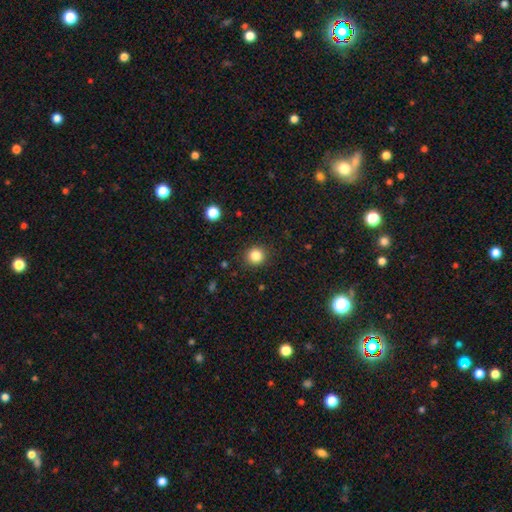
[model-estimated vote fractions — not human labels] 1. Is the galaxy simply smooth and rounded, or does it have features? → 84% smooth, 12% star or artifact, 4% featured or disk.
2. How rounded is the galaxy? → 90% round, 9% in between, 1% cigar-shaped.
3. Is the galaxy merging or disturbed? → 90% none, 6% minor disturbance, 2% major disturbance, 1% merger.